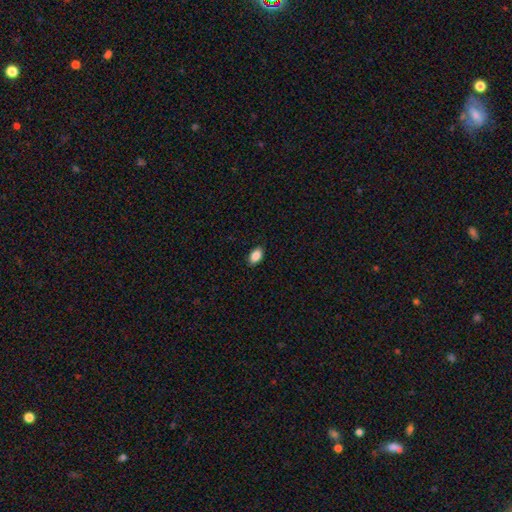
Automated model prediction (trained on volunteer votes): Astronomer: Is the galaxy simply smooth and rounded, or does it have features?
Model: smooth — 88%.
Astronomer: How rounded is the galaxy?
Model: in between — 91%.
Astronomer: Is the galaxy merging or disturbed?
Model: none — 88%.